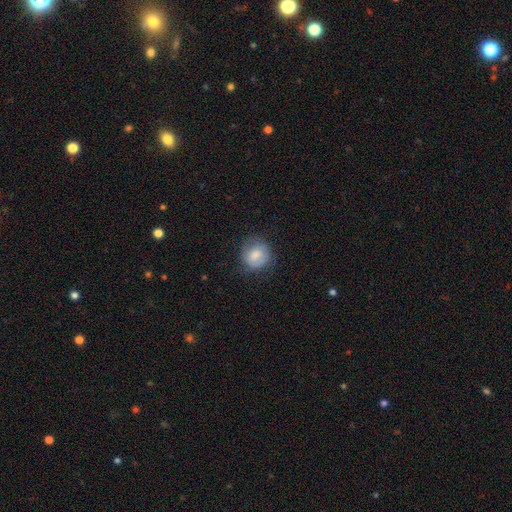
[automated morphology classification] smooth 71%, featured or disk 21%, star or artifact 8%. Down the decision tree: how rounded — round (77%); merging — none (65%).